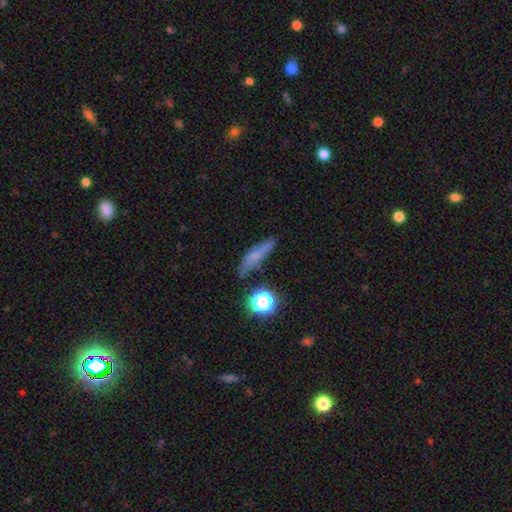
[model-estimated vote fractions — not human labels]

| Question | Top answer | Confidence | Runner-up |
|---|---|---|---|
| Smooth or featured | smooth | 56% | featured or disk (29%) |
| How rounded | cigar-shaped | 62% | in between (27%) |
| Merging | none | 68% | minor disturbance (21%) |